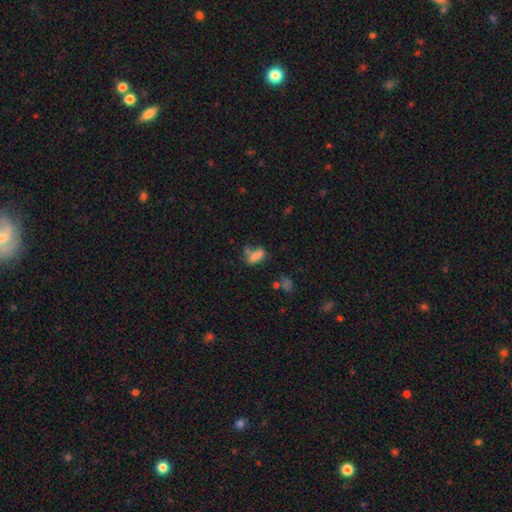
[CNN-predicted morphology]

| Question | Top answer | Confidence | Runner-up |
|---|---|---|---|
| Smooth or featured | smooth | 76% | featured or disk (12%) |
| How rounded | in between | 73% | cigar-shaped (22%) |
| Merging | none | 45% | minor disturbance (24%) |